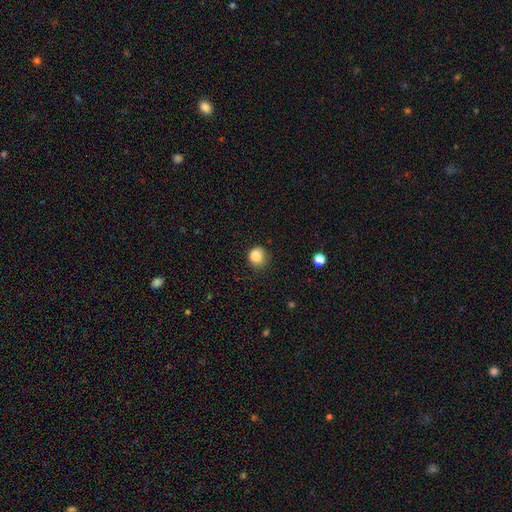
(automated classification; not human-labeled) Smooth or featured?
  - smooth: 84% *
  - star or artifact: 11%
  - featured or disk: 5%
How rounded?
  - round: 83% *
  - in between: 16%
  - cigar-shaped: 1%
Merging?
  - none: 70% *
  - minor disturbance: 23%
  - major disturbance: 6%
  - merger: 2%